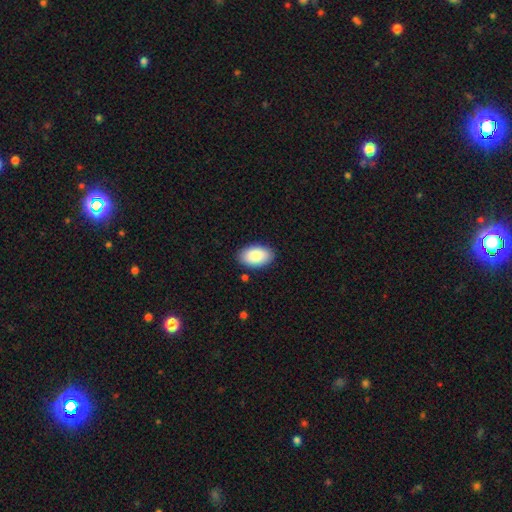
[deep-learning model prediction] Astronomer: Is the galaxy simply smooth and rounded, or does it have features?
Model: smooth — 89%.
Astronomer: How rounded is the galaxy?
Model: in between — 95%.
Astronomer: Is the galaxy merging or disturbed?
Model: none — 88%.